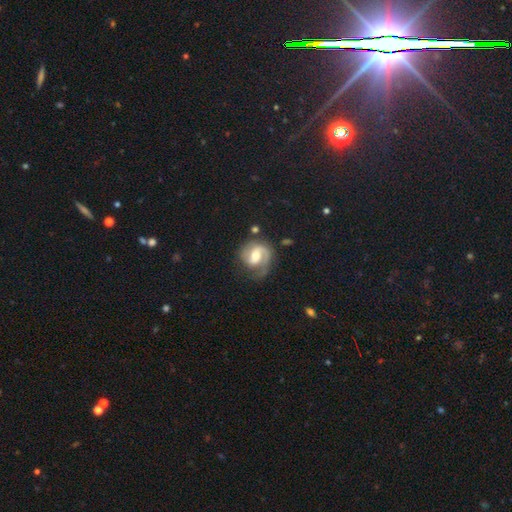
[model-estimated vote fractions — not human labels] This is clearly a featured or disk galaxy (81%). It is clearly not viewed edge-on (98%). Bar: possibly weak (50%). Spiral arm pattern: clearly yes (95%). Spiral arm count: likely 2 (64%). Spiral winding: possibly medium (46%). Central bulge: likely moderate (67%). Merging: likely none (61%).